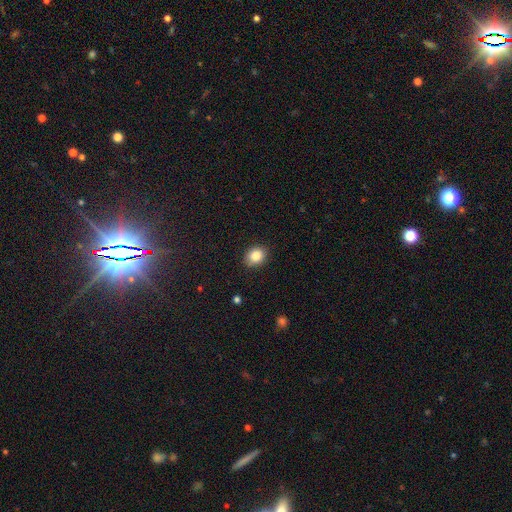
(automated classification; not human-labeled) This appears to be a smooth galaxy with no disk features (86%) that is round (57%). Merging: none (87%).